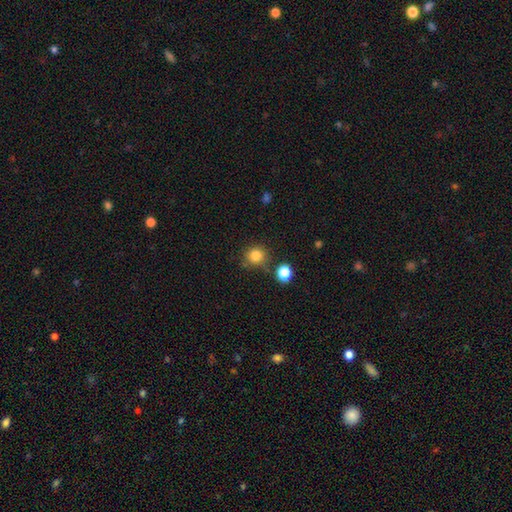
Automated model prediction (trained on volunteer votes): Overall: smooth (83%). How rounded: round (88%). Merging: none (73%).